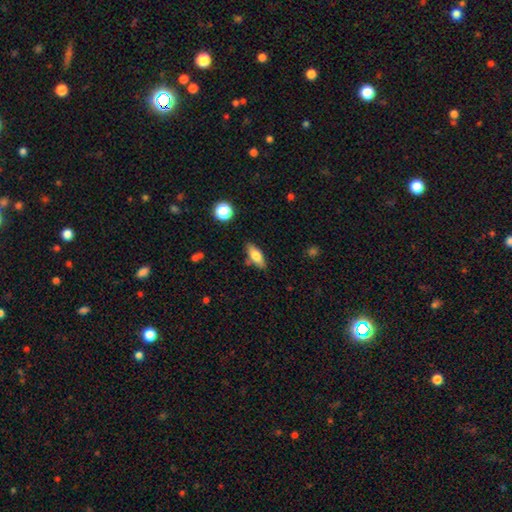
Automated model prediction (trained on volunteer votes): Q: Smooth or featured?
A: smooth (73%); runner-up: featured or disk (20%)
Q: How rounded?
A: in between (74%); runner-up: cigar-shaped (23%)
Q: Merging?
A: none (81%); runner-up: minor disturbance (13%)